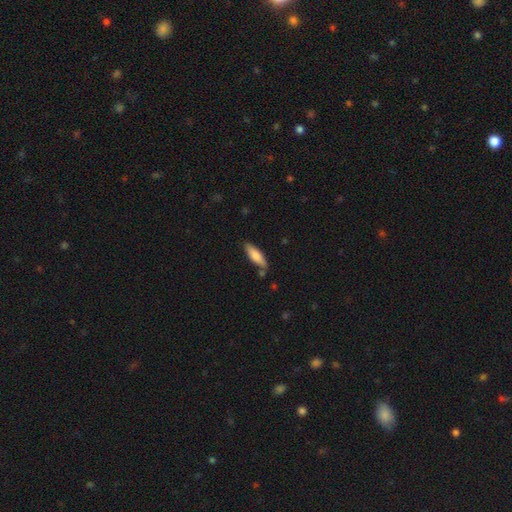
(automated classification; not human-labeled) Smooth or featured? Predicted: smooth (p=0.76). How rounded? Predicted: in between (p=0.51). Merging? Predicted: none (p=0.76).